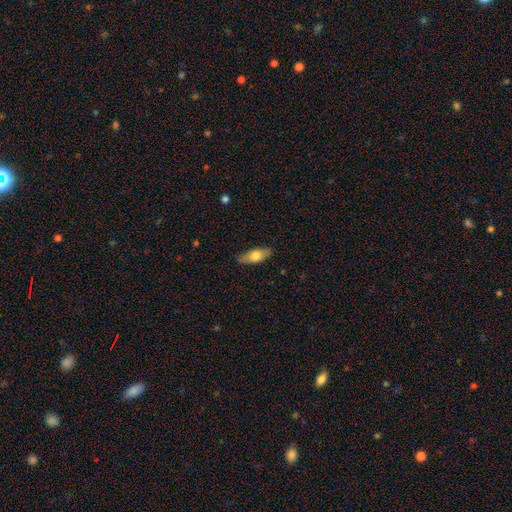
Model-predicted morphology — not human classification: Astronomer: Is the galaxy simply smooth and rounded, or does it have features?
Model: smooth — 64%.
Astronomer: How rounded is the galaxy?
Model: in between — 70%.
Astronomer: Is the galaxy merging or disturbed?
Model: none — 82%.